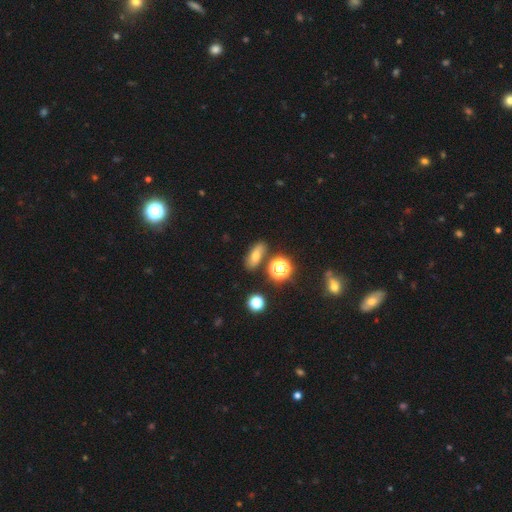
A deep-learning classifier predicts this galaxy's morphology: A smooth galaxy with no disk features (63%) that is in between round and cigar-shaped (65%).

Vote fractions:
- Smooth or featured? smooth: 63% / star or artifact: 20% / featured or disk: 17%
- How rounded? in between: 65% / cigar-shaped: 18% / round: 16%
- Merging? none: 79% / minor disturbance: 11% / merger: 6% / major disturbance: 3%